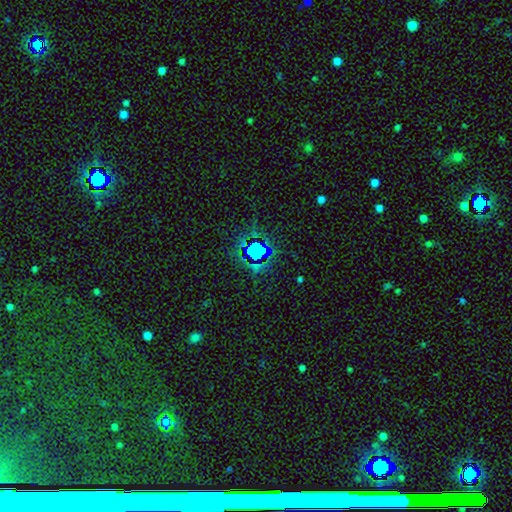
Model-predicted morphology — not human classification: Smooth or featured: star or artifact — 67% (smooth — 22%)